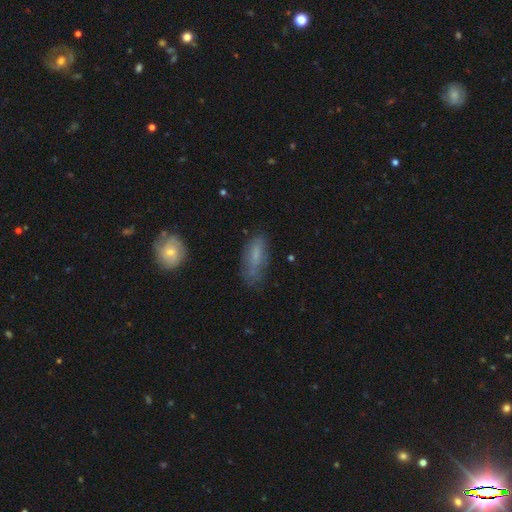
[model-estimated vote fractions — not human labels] Smooth or featured: smooth — 65% (featured or disk — 25%)
How rounded: in between — 69% (cigar-shaped — 28%)
Merging: none — 54% (minor disturbance — 30%)